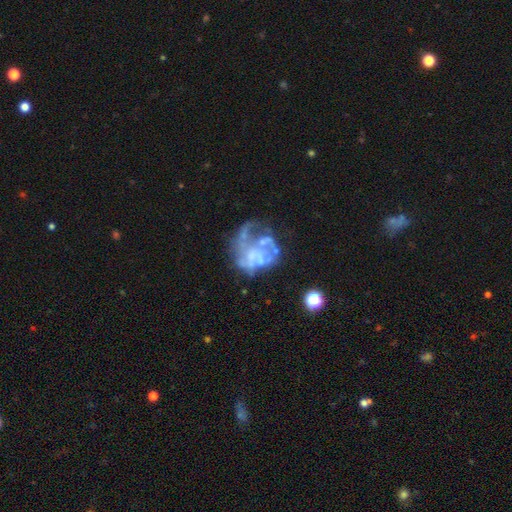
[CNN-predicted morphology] smooth_or_featured: featured or disk (p=0.74) [alt: smooth p=0.14]
disk_edge_on: no (p=0.98) [alt: yes p=0.02]
bar: no (p=0.84) [alt: weak p=0.13]
has_spiral_arms: no (p=0.60) [alt: yes p=0.40]
bulge_size: none (p=0.66) [alt: small p=0.16]
merging: major disturbance (p=0.38) [alt: none p=0.34]